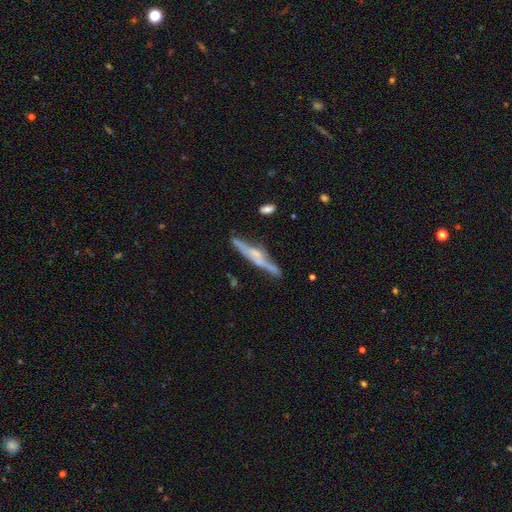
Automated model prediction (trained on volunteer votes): This appears to be a featured or disk galaxy (68%) viewed edge-on (94%) with a rounded central bulge (58%). Merging: none (75%).